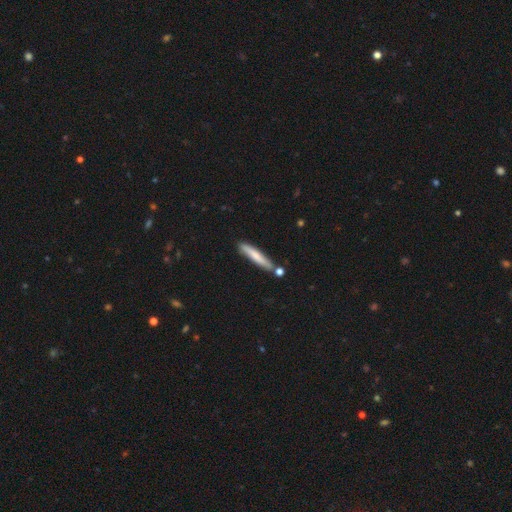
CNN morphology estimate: This is likely a smooth galaxy (67%). How rounded: clearly cigar-shaped (92%). Merging: likely none (79%).